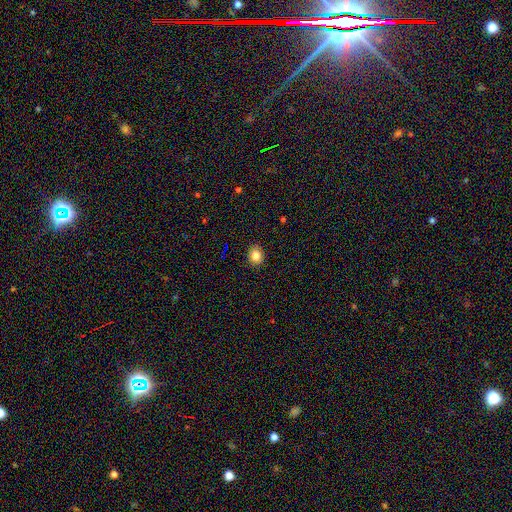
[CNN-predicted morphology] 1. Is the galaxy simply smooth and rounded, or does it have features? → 82% smooth, 11% star or artifact, 7% featured or disk.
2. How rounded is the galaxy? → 66% round, 33% in between, 1% cigar-shaped.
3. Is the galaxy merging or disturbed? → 90% none, 7% minor disturbance, 2% major disturbance, 1% merger.